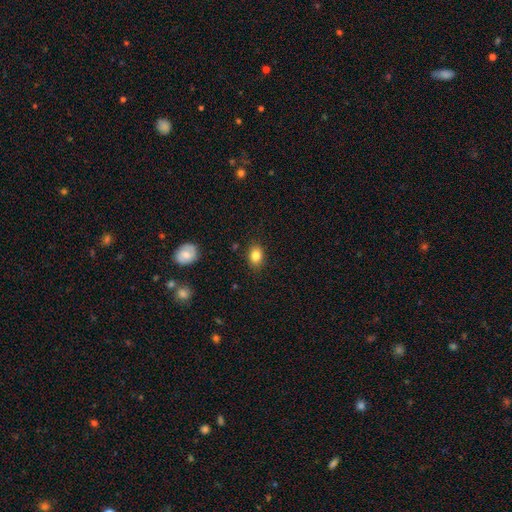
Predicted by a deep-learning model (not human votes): The model was most divided on "how rounded": in between: 68%, round: 30%, cigar-shaped: 1%. More confident: merging — none (85%); smooth or featured — smooth (83%).